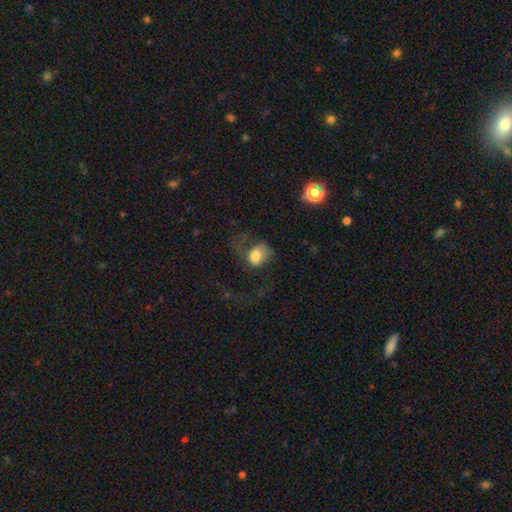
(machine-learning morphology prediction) This is likely a smooth galaxy (73%). How rounded: possibly round (55%). Merging: possibly major disturbance (52%).